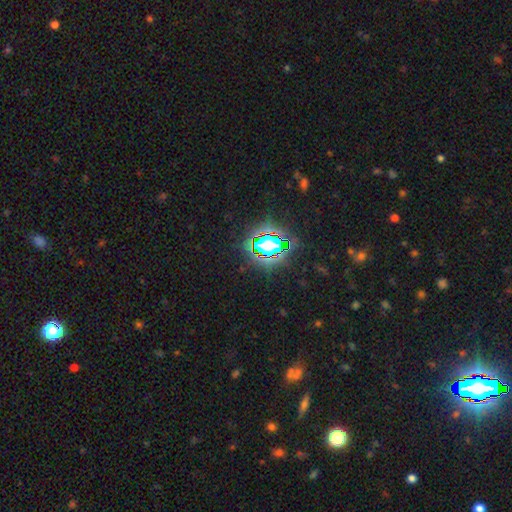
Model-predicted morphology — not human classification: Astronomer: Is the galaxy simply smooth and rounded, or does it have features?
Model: star or artifact — 73%.